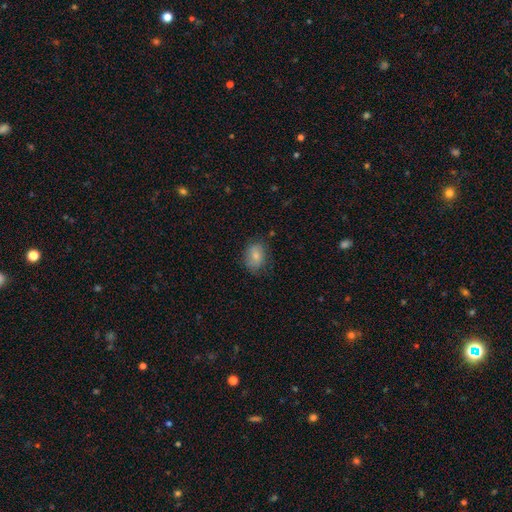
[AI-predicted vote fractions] smooth_or_featured: smooth (p=0.78) [alt: featured or disk p=0.14]
how_rounded: in between (p=0.65) [alt: round p=0.34]
merging: none (p=0.73) [alt: minor disturbance p=0.20]